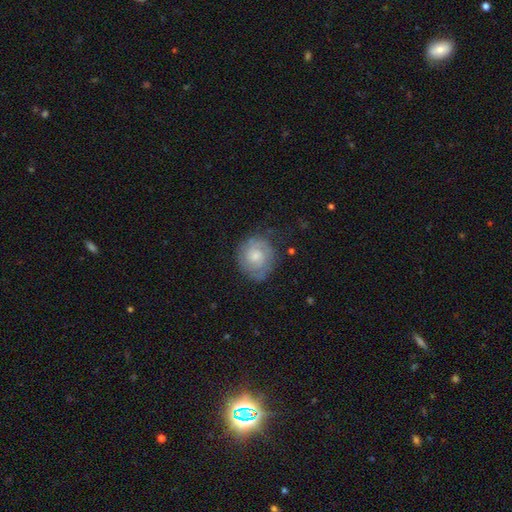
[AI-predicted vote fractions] Smooth or featured? featured or disk (59%)
Edge-on disk? no (97%)
Bar? no (72%)
Spiral arms? yes (86%)
Bulge size? moderate (44%)
Merging? none (71%)